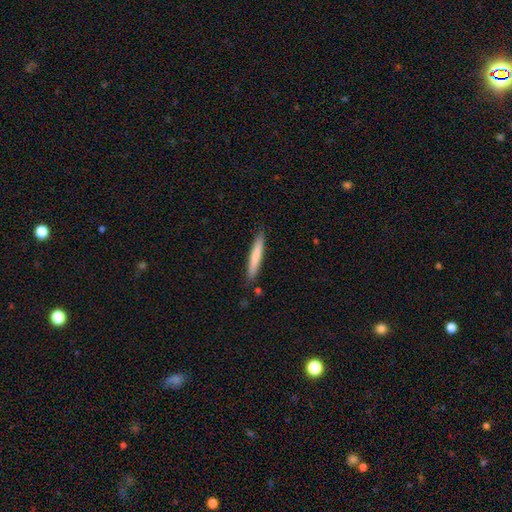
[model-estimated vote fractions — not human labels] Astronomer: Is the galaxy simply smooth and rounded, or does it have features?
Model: smooth — 74%.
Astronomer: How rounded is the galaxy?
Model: cigar-shaped — 94%.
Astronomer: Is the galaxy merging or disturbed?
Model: none — 87%.